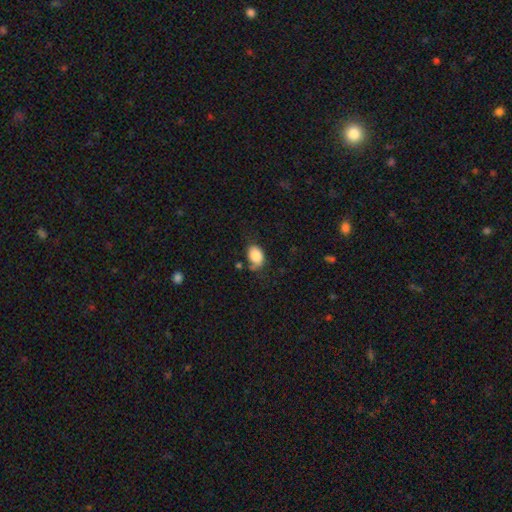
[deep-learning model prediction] smooth 84%, featured or disk 9%, star or artifact 8%. Down the decision tree: how rounded — in between (80%); merging — none (55%).